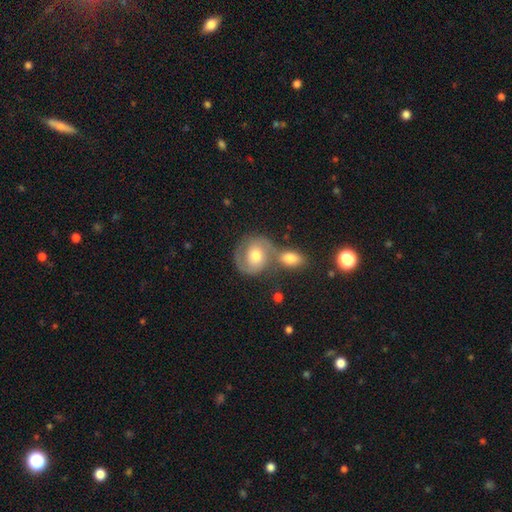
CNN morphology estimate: smooth_or_featured: featured or disk (p=0.41) [alt: smooth p=0.40]
merging: none (p=0.51) [alt: merger p=0.30]